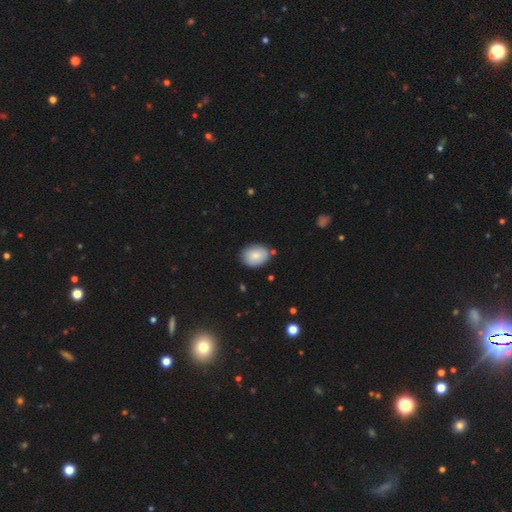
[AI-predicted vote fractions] This is clearly a smooth galaxy (81%). How rounded: likely in between (66%). Merging: likely none (79%).